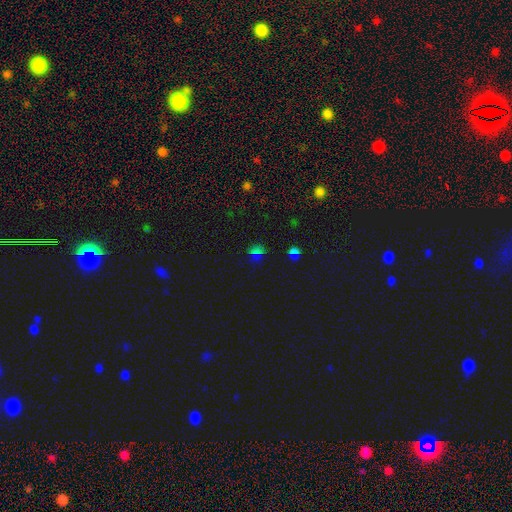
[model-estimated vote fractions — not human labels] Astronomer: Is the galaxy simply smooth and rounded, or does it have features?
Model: star or artifact — 52% (runner-up: smooth, 41%).